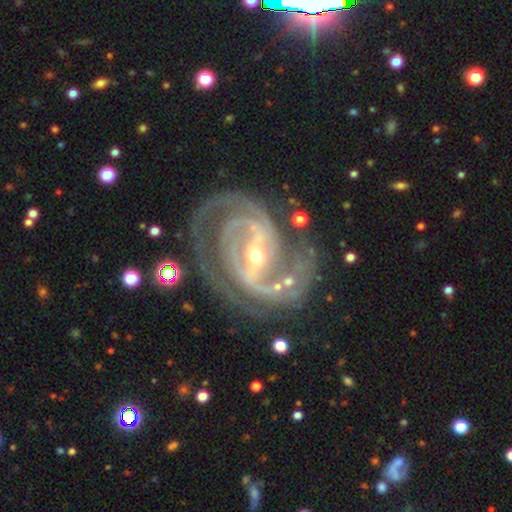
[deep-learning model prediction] Smooth or featured: featured or disk — 92% (star or artifact — 5%)
Edge-on disk: no — 97% (yes — 3%)
Bar: strong — 62% (weak — 28%)
Spiral arms: yes — 97% (no — 3%)
Spiral winding: tight — 46% (medium — 44%)
Spiral arm count: 2 — 60% (3 — 18%)
Bulge size: small — 62% (moderate — 34%)
Merging: none — 64% (minor disturbance — 18%)